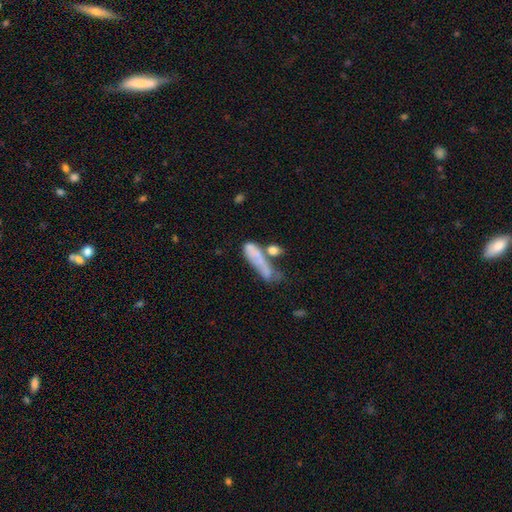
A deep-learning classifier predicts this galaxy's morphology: A smooth galaxy with no disk features (59%) that is cigar-shaped (57%). Merging: merger (35%).